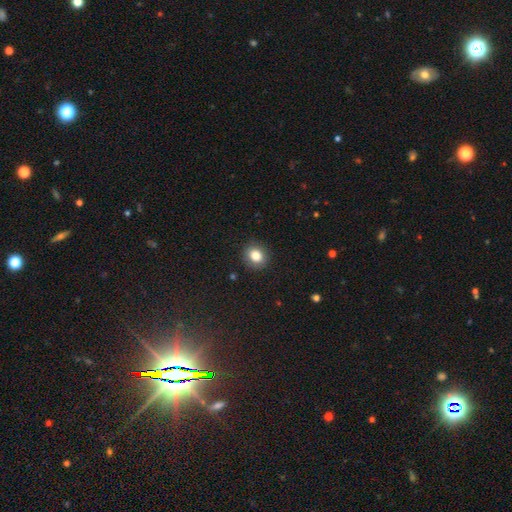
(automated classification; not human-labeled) Smooth or featured?
  - smooth: 83% *
  - star or artifact: 10%
  - featured or disk: 7%
How rounded?
  - round: 69% *
  - in between: 30%
  - cigar-shaped: 1%
Merging?
  - none: 88% *
  - minor disturbance: 9%
  - major disturbance: 2%
  - merger: 1%